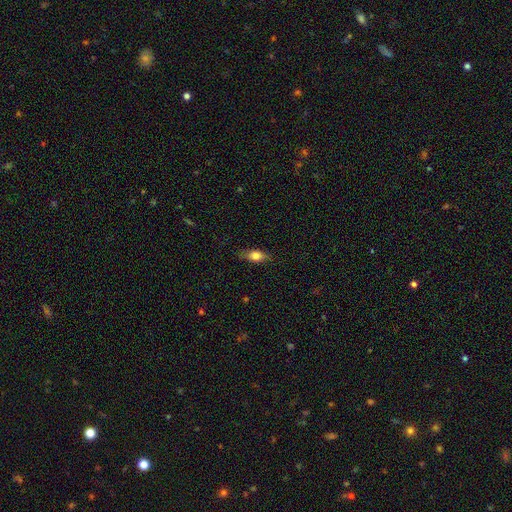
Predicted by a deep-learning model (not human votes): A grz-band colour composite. It shows a smooth galaxy with no disk features (71%) that is in between round and cigar-shaped (75%). Merging: none (79%).